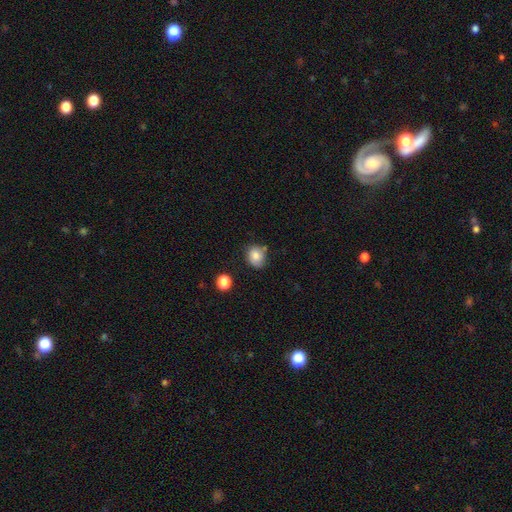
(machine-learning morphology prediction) Smooth or featured? smooth (80%)
How rounded? round (62%)
Merging? none (70%)